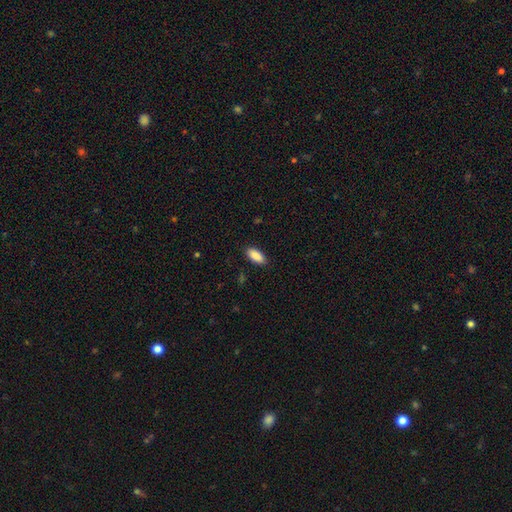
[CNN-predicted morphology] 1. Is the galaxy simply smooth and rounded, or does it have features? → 90% smooth, 6% star or artifact, 4% featured or disk.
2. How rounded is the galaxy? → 88% in between, 10% cigar-shaped, 2% round.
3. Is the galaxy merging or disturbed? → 88% none, 9% minor disturbance, 2% major disturbance, 1% merger.